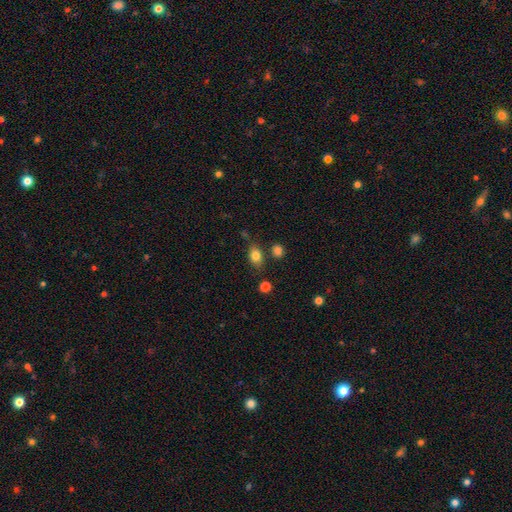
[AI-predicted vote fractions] Q: Smooth or featured?
A: smooth (82%); runner-up: star or artifact (10%)
Q: How rounded?
A: in between (71%); runner-up: round (27%)
Q: Merging?
A: none (76%); runner-up: minor disturbance (14%)